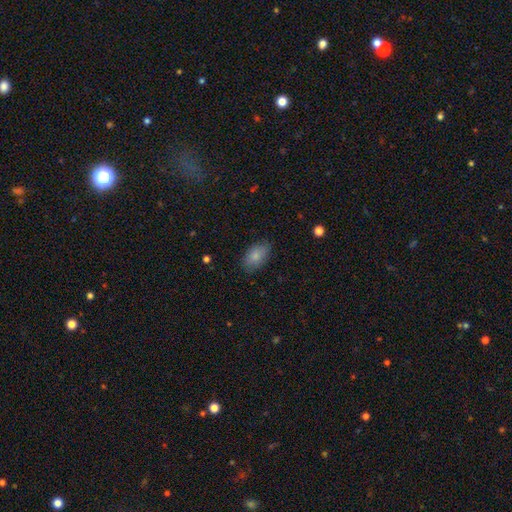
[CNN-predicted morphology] The model was most divided on "merging": none: 82%, minor disturbance: 14%, major disturbance: 3%, merger: 1%. More confident: how rounded — in between (93%); smooth or featured — smooth (84%).